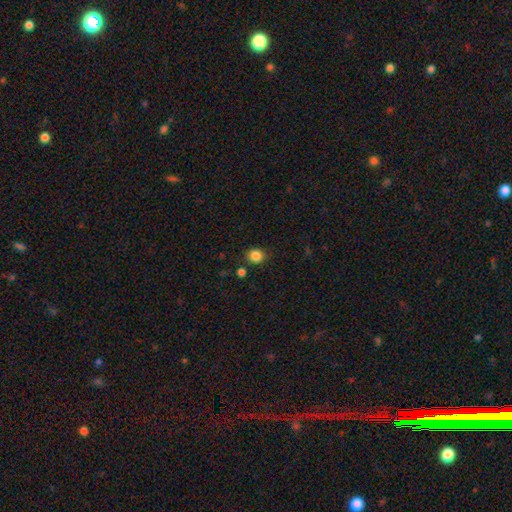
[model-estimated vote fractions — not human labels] Smooth or featured? smooth (85%)
How rounded? round (82%)
Merging? none (85%)